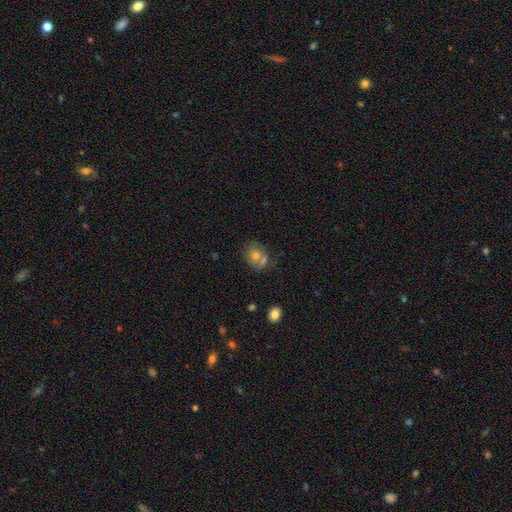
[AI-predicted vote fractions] The model was most divided on "merging": none: 49%, merger: 31%, minor disturbance: 14%, major disturbance: 6%. More confident: how rounded — round (67%); smooth or featured — smooth (65%).